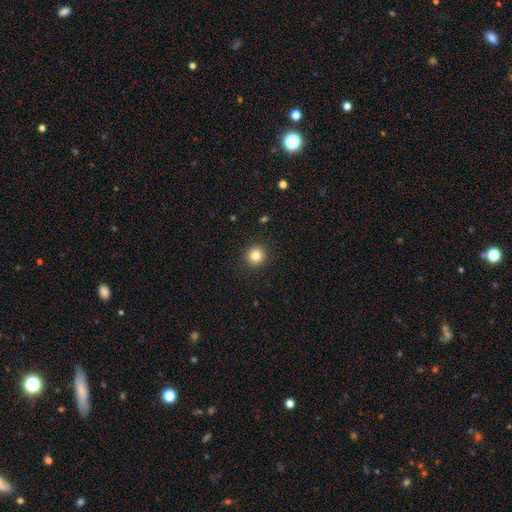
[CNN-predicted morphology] The model was most divided on "smooth or featured": smooth: 83%, star or artifact: 11%, featured or disk: 6%. More confident: how rounded — round (93%); merging — none (92%).